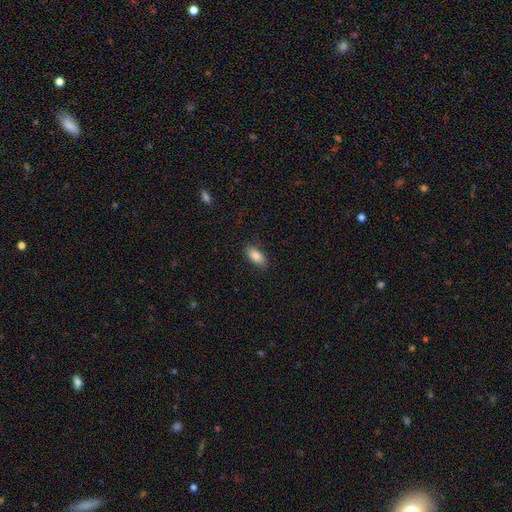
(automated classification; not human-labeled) Smooth or featured?
  - smooth: 85% *
  - featured or disk: 8%
  - star or artifact: 7%
How rounded?
  - in between: 89% *
  - cigar-shaped: 8%
  - round: 3%
Merging?
  - none: 85% *
  - minor disturbance: 11%
  - major disturbance: 3%
  - merger: 1%